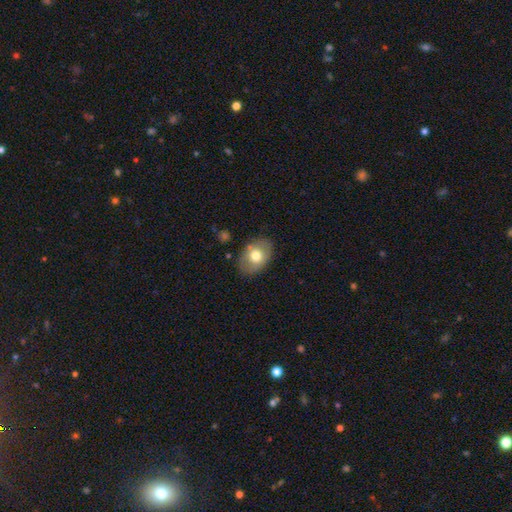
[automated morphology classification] Smooth or featured? Predicted: smooth (p=0.66). How rounded? Predicted: in between (p=0.79). Merging? Predicted: none (p=0.80).